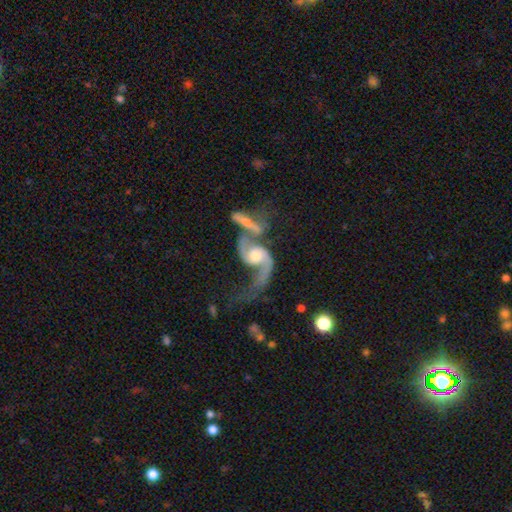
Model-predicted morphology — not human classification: smooth-or-featured: featured or disk: 87% | smooth: 8% | star or artifact: 5%
  disk-edge-on: no: 96% | yes: 4%
    bar: no: 57% | weak: 34% | strong: 10%
    has-spiral-arms: yes: 95% | no: 5%
      spiral-winding: loose: 72% | medium: 23% | tight: 5%
      spiral-arm-count: 2: 86% | 1: 8% | can't tell: 3% | 3: 1% | 4: 1% | more than 4: 1%
    bulge-size: moderate: 57% | large: 19% | small: 17% | none: 5% | dominant: 2%
  merging: merger: 48% | none: 21% | major disturbance: 20% | minor disturbance: 11%